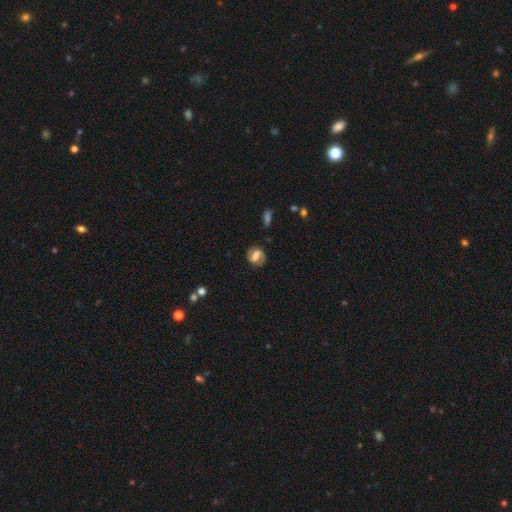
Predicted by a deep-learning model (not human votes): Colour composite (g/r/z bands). It shows a featured or disk galaxy (53%) with a weak bar (40%), spiral arms (80%) and a moderate central bulge (37%). Merging: none (75%).